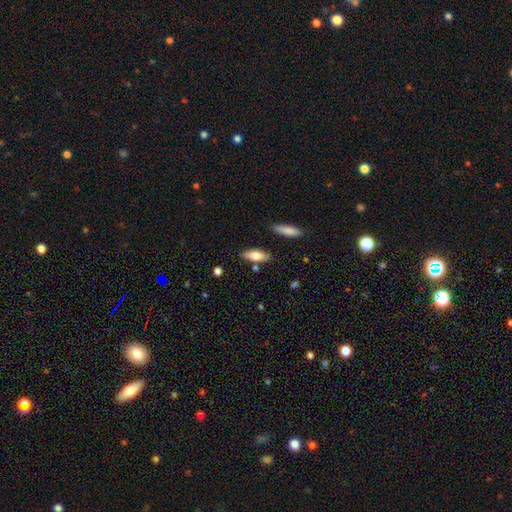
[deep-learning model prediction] A smooth galaxy with no disk features (73%) that is in between round and cigar-shaped (62%).

Vote fractions:
- Smooth or featured? smooth: 73% / featured or disk: 21% / star or artifact: 7%
- How rounded? in between: 62% / cigar-shaped: 35% / round: 2%
- Merging? none: 80% / minor disturbance: 12% / merger: 6% / major disturbance: 3%